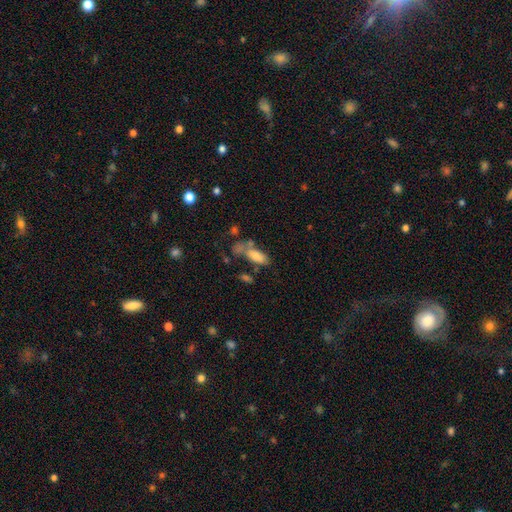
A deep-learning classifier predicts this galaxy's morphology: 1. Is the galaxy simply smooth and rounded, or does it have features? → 77% smooth, 14% featured or disk, 9% star or artifact.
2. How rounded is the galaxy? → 81% in between, 16% cigar-shaped, 3% round.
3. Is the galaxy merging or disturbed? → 42% none, 28% merger, 18% minor disturbance, 12% major disturbance.